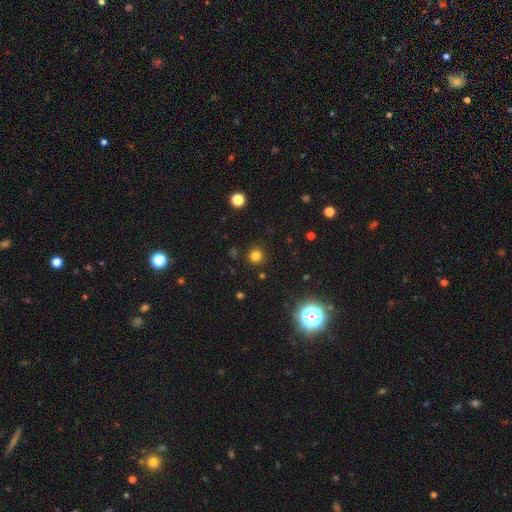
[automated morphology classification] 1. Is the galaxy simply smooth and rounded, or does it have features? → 78% smooth, 17% star or artifact, 5% featured or disk.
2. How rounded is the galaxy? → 94% round, 5% in between, 1% cigar-shaped.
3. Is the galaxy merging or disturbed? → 91% none, 5% minor disturbance, 2% major disturbance, 1% merger.